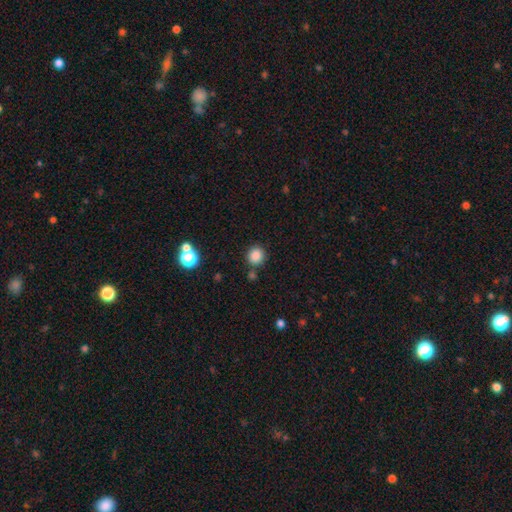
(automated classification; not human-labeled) This appears to be a smooth galaxy with no disk features (85%) that is round (89%). Merging: none (79%).